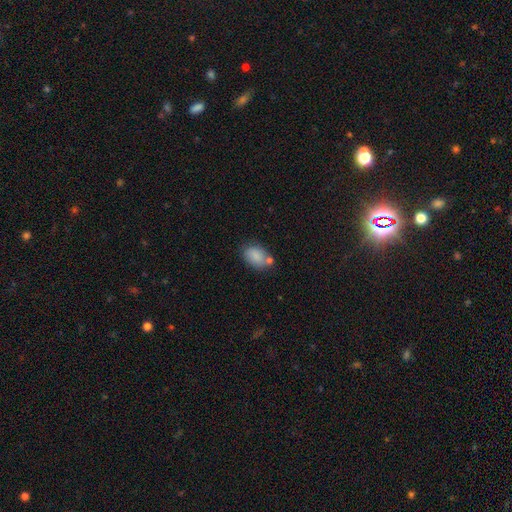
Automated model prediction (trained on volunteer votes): Smooth or featured: smooth — 85% (star or artifact — 8%)
How rounded: in between — 84% (round — 15%)
Merging: none — 63% (minor disturbance — 18%)